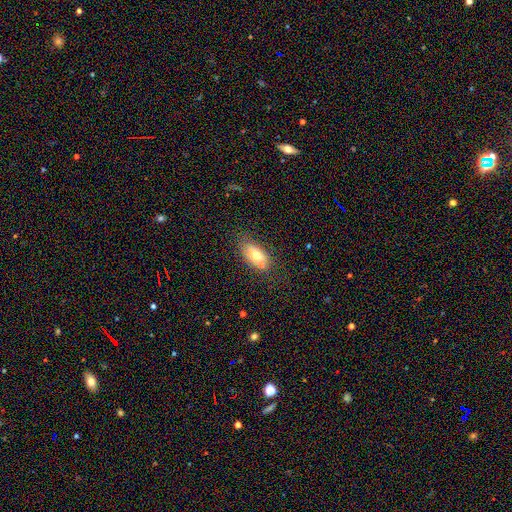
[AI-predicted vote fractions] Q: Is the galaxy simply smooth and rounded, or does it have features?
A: smooth — 68%.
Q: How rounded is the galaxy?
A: in between — 86%.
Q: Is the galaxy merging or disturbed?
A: none — 62%.